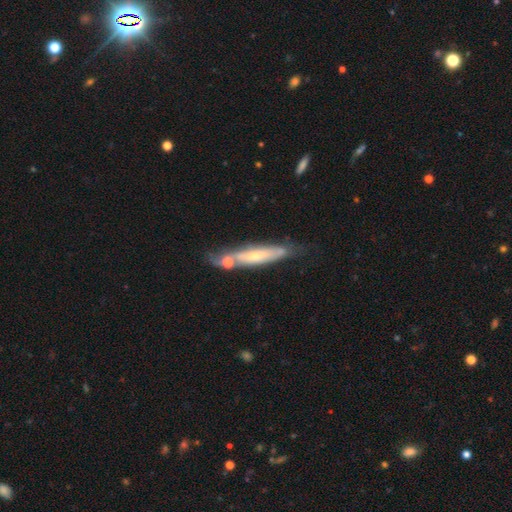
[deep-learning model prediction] featured or disk 54%, smooth 39%, star or artifact 7%. Down the decision tree: edge-on disk — yes (69%); merging — none (56%).